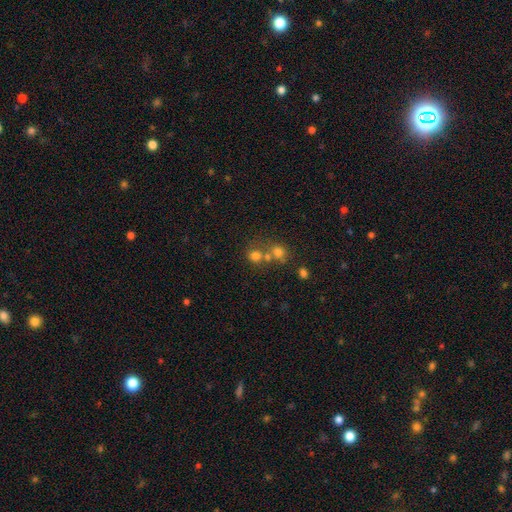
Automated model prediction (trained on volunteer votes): The model was most divided on "merging" (2-way tie): none: 44%, merger: 44%, minor disturbance: 8%, major disturbance: 4%. More confident: how rounded — round (79%); smooth or featured — smooth (71%).